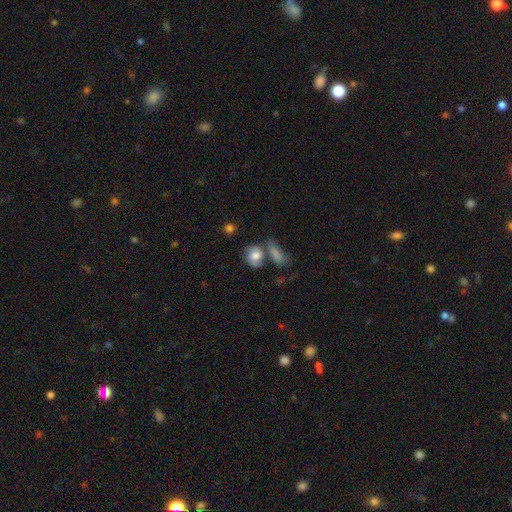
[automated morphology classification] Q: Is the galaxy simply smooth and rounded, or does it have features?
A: smooth — 73%.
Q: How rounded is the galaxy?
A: round — 54%.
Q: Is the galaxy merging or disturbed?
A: none — 42%.